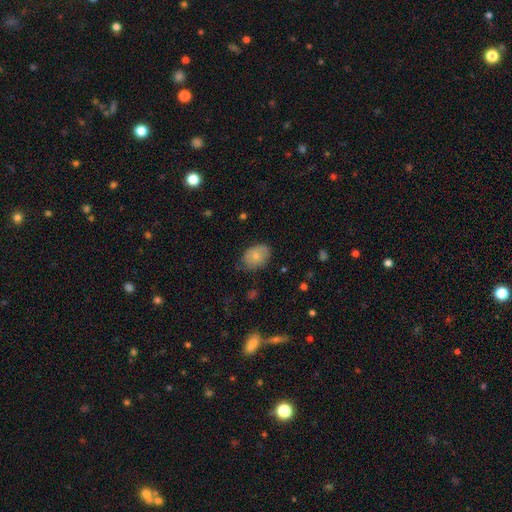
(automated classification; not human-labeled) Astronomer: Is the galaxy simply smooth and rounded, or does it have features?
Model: smooth — 75%.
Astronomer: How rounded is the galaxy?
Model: in between — 77%.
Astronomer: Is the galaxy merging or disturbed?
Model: none — 69%.